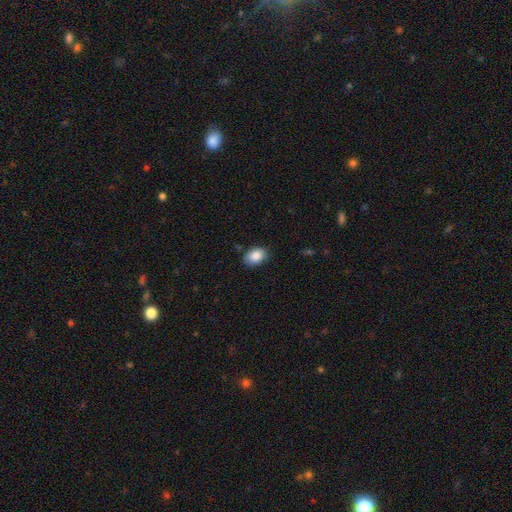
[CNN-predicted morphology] Smooth or featured? smooth (87%)
How rounded? in between (81%)
Merging? none (84%)